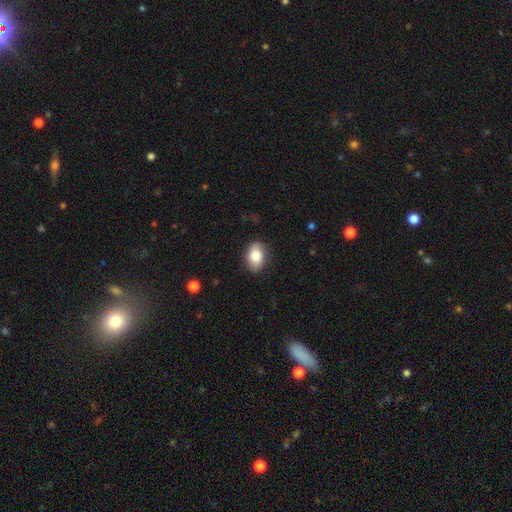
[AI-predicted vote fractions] Morphology: type=smooth (82%); roundness=in between (83%); merging=none (82%).